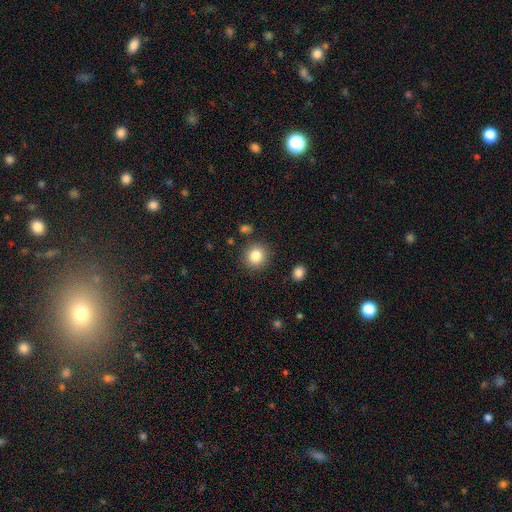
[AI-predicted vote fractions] This is clearly a smooth galaxy (84%). How rounded: clearly round (88%). Merging: clearly none (87%).